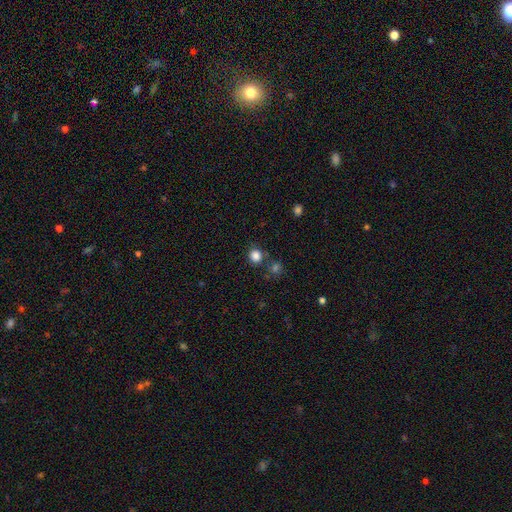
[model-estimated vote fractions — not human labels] This is clearly a smooth galaxy (84%). How rounded: clearly round (84%). Merging: likely none (76%).